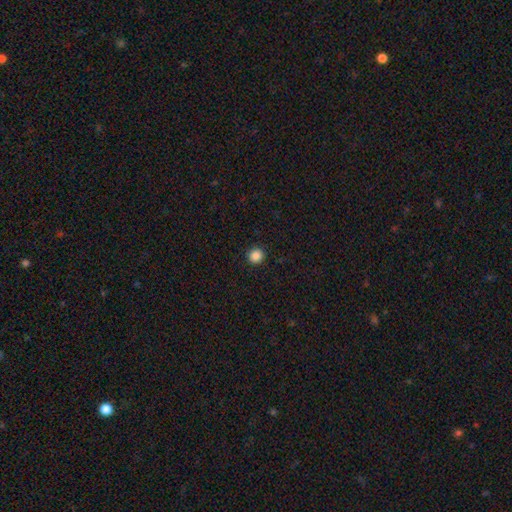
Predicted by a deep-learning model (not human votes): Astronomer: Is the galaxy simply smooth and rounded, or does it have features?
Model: smooth — 87%.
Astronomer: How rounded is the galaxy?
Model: round — 93%.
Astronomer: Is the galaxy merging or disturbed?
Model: none — 93%.